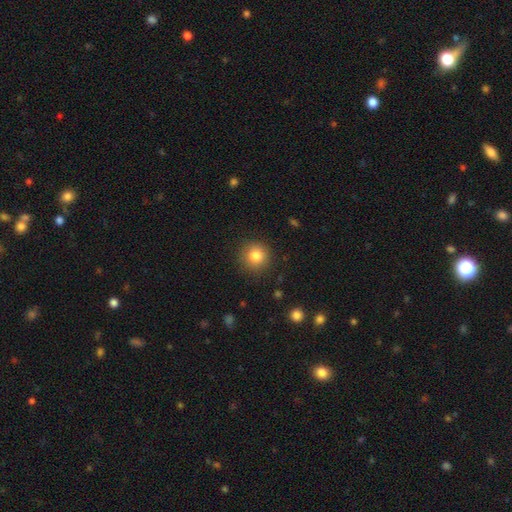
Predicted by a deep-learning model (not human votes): Q: Smooth or featured?
A: smooth (82%); runner-up: star or artifact (11%)
Q: How rounded?
A: round (94%); runner-up: in between (5%)
Q: Merging?
A: none (89%); runner-up: minor disturbance (7%)